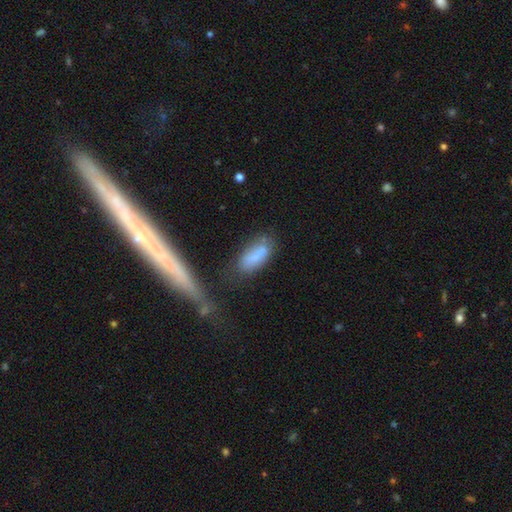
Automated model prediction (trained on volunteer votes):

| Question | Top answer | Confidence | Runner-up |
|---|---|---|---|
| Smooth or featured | smooth | 75% | featured or disk (16%) |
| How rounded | in between | 67% | cigar-shaped (30%) |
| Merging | none | 58% | minor disturbance (24%) |